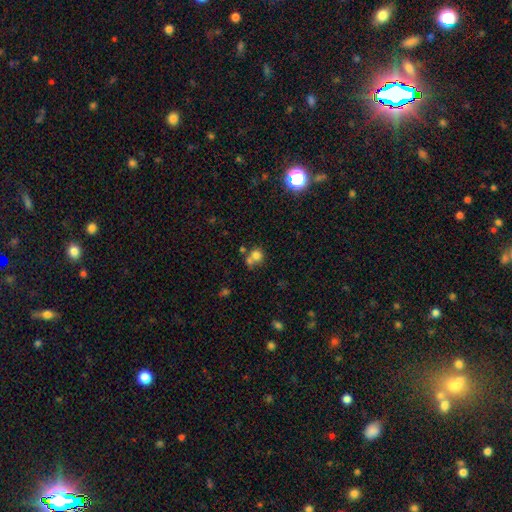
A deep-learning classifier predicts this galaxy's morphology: This is likely a smooth galaxy (74%). How rounded: likely round (79%). Merging: possibly merger (46%).